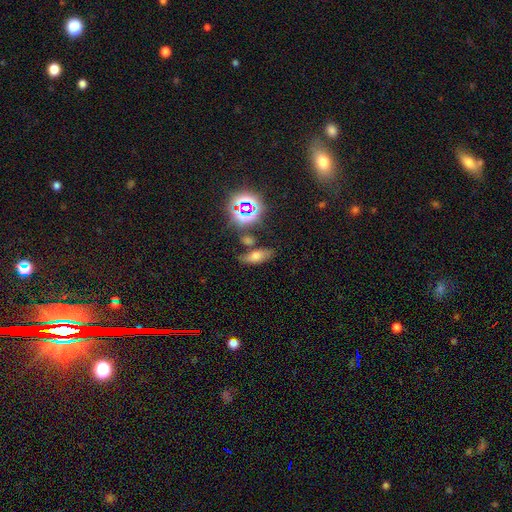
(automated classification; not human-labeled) smooth 60%, star or artifact 21%, featured or disk 19%. Down the decision tree: how rounded — in between (67%); merging — none (71%).